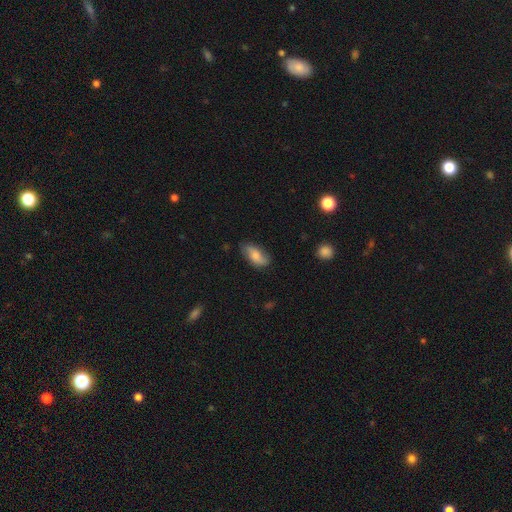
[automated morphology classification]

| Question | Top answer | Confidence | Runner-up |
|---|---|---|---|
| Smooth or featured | smooth | 63% | featured or disk (29%) |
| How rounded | in between | 86% | cigar-shaped (10%) |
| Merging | none | 72% | minor disturbance (22%) |